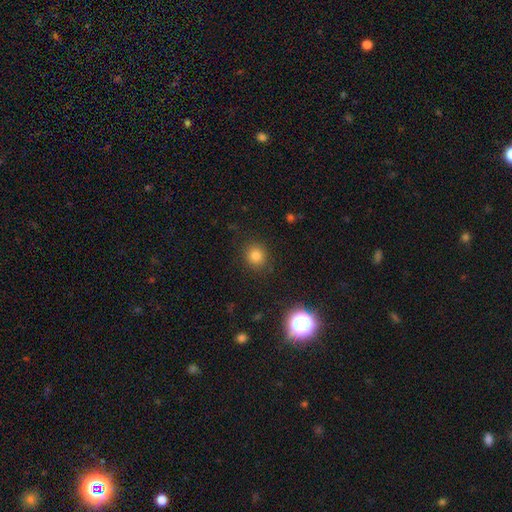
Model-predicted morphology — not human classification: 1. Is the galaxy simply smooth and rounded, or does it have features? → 81% smooth, 14% star or artifact, 5% featured or disk.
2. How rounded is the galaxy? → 87% round, 12% in between, 1% cigar-shaped.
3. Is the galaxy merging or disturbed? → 87% none, 8% minor disturbance, 3% major disturbance, 1% merger.